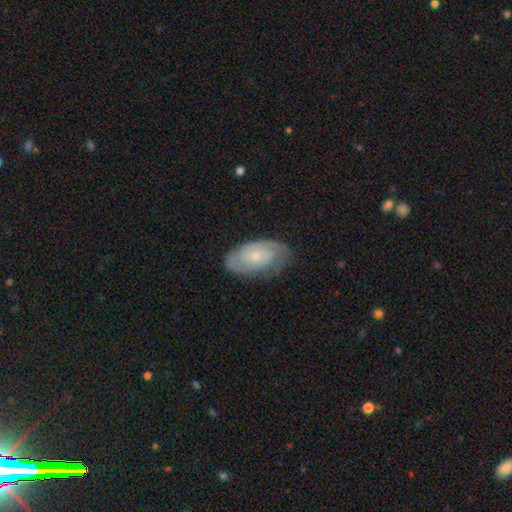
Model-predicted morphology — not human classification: This is likely a featured or disk galaxy (76%). It is clearly not viewed edge-on (96%). Bar: likely no (63%). Spiral arm pattern: clearly yes (94%). Spiral arm count: likely 2 (64%). Spiral winding: likely tight (63%). Central bulge: likely small (66%). Merging: likely none (77%).